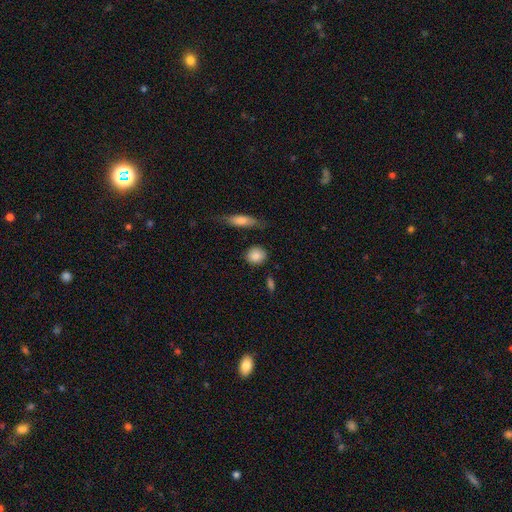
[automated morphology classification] smooth-or-featured: smooth: 86% | star or artifact: 7% | featured or disk: 6%
  how-rounded: round: 75% | in between: 22% | cigar-shaped: 3%
  merging: none: 82% | minor disturbance: 12% | merger: 3% | major disturbance: 3%